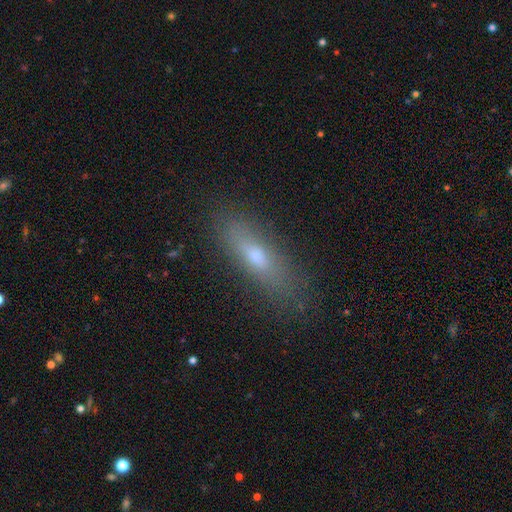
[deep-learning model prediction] Smooth or featured?
  - smooth: 62% *
  - featured or disk: 28%
  - star or artifact: 10%
How rounded?
  - cigar-shaped: 55% *
  - in between: 42%
  - round: 3%
Merging?
  - none: 80% *
  - minor disturbance: 14%
  - major disturbance: 5%
  - merger: 1%